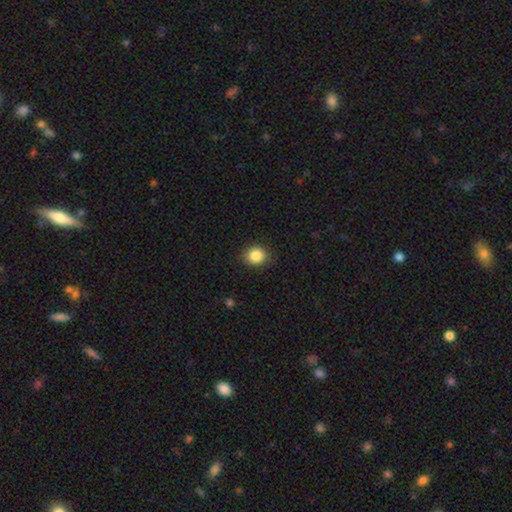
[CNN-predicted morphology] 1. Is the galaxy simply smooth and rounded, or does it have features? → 86% smooth, 10% star or artifact, 4% featured or disk.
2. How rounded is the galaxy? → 74% round, 25% in between, 1% cigar-shaped.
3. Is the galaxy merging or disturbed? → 88% none, 9% minor disturbance, 2% major disturbance, 1% merger.